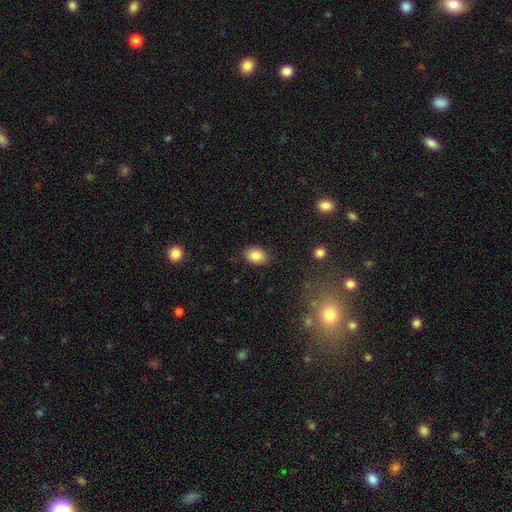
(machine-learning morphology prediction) type=smooth (86%); roundness=in between (74%); merging=none (86%).